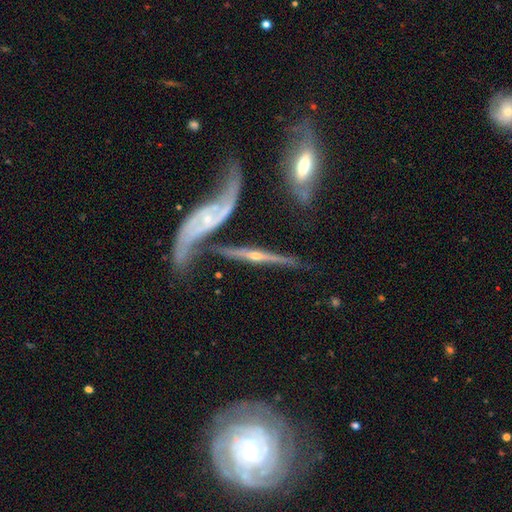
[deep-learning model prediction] The model was most divided on "merging": none: 49%, merger: 23%, minor disturbance: 18%, major disturbance: 10%. More confident: smooth or featured — featured or disk (85%); edge-on disk — yes (84%); edge-on bulge — rounded (83%).